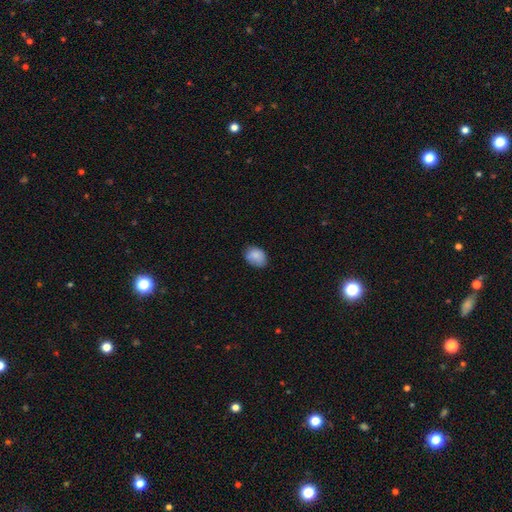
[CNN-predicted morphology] smooth 86%, star or artifact 8%, featured or disk 6%. Down the decision tree: how rounded — in between (71%); merging — none (72%).